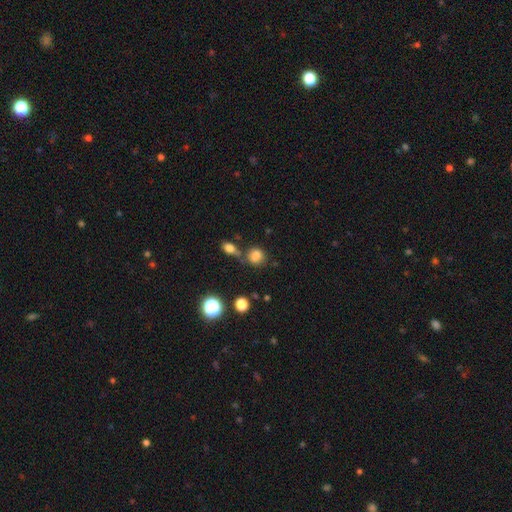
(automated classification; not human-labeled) Q: Smooth or featured?
A: smooth (79%); runner-up: star or artifact (14%)
Q: How rounded?
A: round (74%); runner-up: in between (24%)
Q: Merging?
A: none (62%); runner-up: merger (18%)